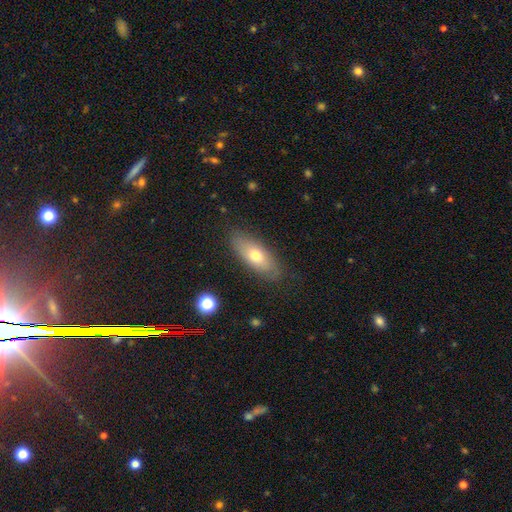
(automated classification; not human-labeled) smooth_or_featured: smooth (p=0.66) [alt: featured or disk p=0.27]
how_rounded: in between (p=0.77) [alt: cigar-shaped p=0.19]
merging: none (p=0.81) [alt: minor disturbance p=0.14]